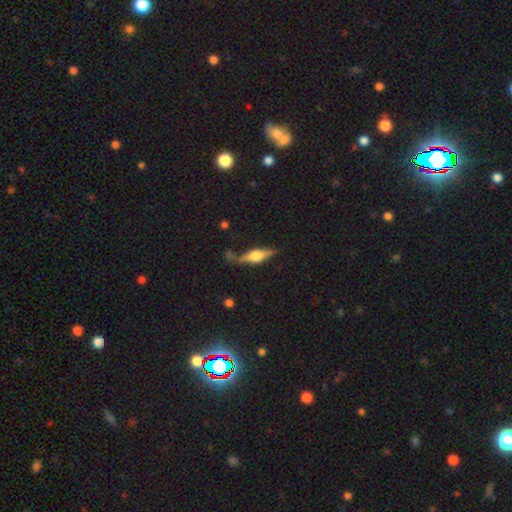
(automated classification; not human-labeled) This is likely a featured or disk galaxy (65%). It is clearly viewed edge-on (93%). Edge-on bulge: clearly rounded (87%). Merging: likely none (69%).